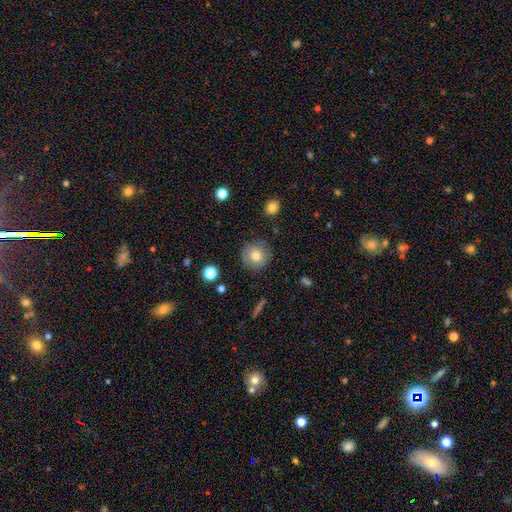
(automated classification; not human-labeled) Smooth or featured: smooth — 75% (featured or disk — 16%)
How rounded: round — 93% (in between — 6%)
Merging: none — 84% (minor disturbance — 11%)